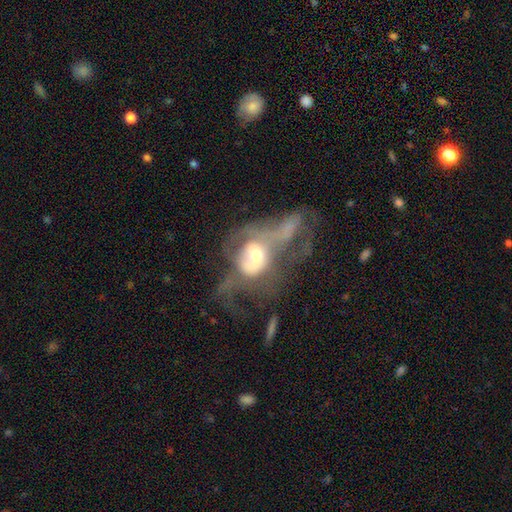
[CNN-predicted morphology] featured or disk 60%, smooth 29%, star or artifact 12%. Down the decision tree: edge-on disk — no (95%); bar — no (77%); spiral arms — no (68%); bulge size — moderate (62%); merging — major disturbance (50%).